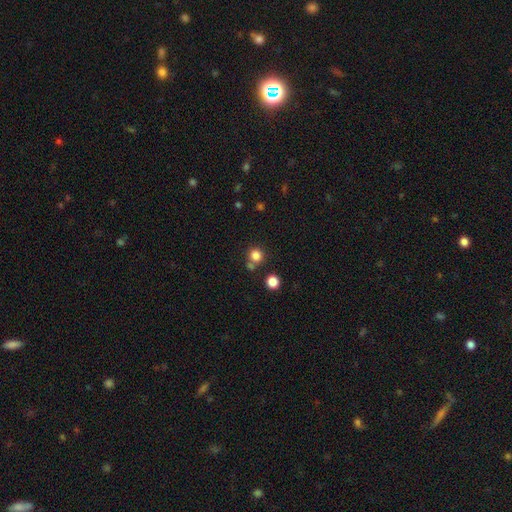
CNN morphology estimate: The model was most divided on "merging": none: 70%, merger: 19%, minor disturbance: 8%, major disturbance: 3%. More confident: how rounded — round (90%); smooth or featured — smooth (82%).